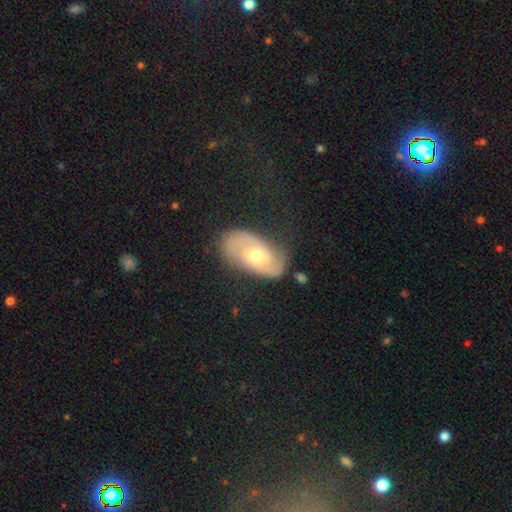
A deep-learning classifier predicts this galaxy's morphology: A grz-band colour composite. It shows a featured or disk galaxy (73%) with no bar (58%), 2 (80%) medium (42%) spiral arms (88%) and a moderate central bulge (63%). Merging: none (73%).